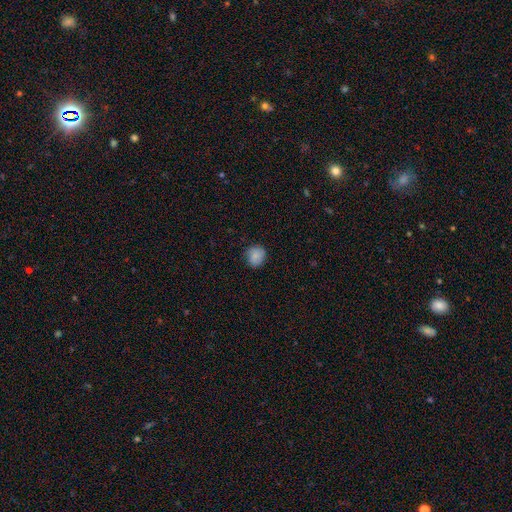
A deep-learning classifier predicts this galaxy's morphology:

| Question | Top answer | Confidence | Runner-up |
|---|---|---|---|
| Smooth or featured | smooth | 84% | star or artifact (8%) |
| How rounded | round | 82% | in between (17%) |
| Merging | none | 81% | minor disturbance (15%) |